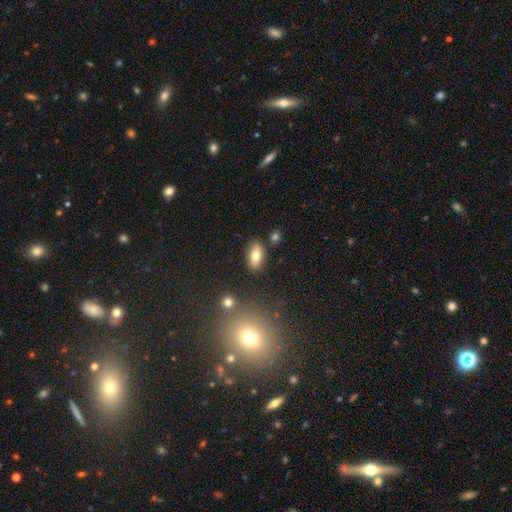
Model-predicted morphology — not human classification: smooth_or_featured: smooth (p=0.76) [alt: featured or disk p=0.15]
how_rounded: in between (p=0.89) [alt: round p=0.06]
merging: none (p=0.83) [alt: minor disturbance p=0.10]